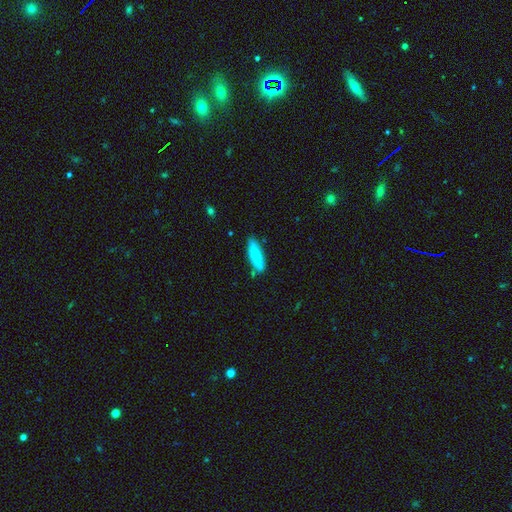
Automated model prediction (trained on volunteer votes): Smooth or featured: smooth — 84% (featured or disk — 10%)
How rounded: in between — 57% (cigar-shaped — 41%)
Merging: none — 73% (minor disturbance — 19%)